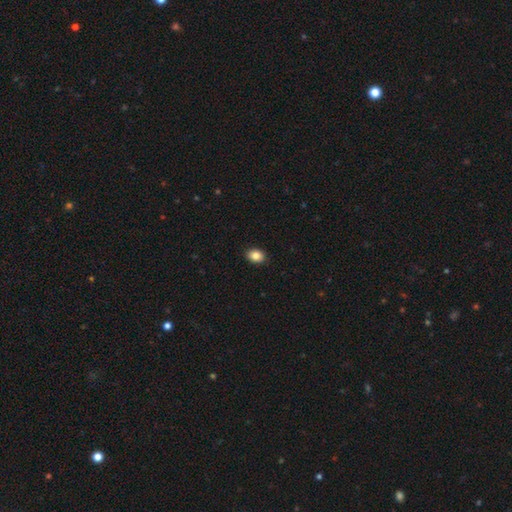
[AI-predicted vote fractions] Q: Smooth or featured?
A: smooth (86%); runner-up: star or artifact (9%)
Q: How rounded?
A: in between (68%); runner-up: round (31%)
Q: Merging?
A: none (90%); runner-up: minor disturbance (7%)